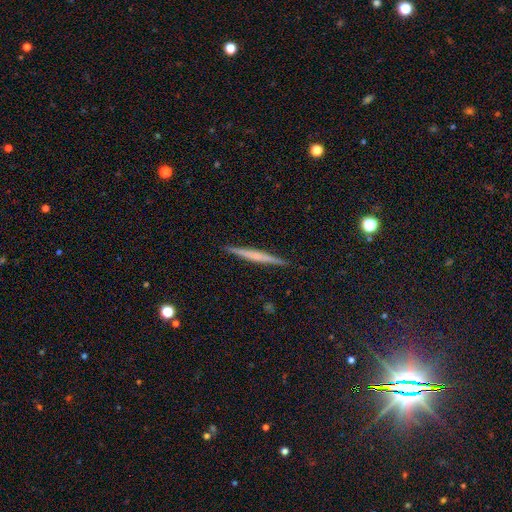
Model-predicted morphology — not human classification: This is possibly a featured or disk galaxy (55%). It is clearly viewed edge-on (98%). Edge-on bulge: likely none (62%). Merging: clearly none (92%).